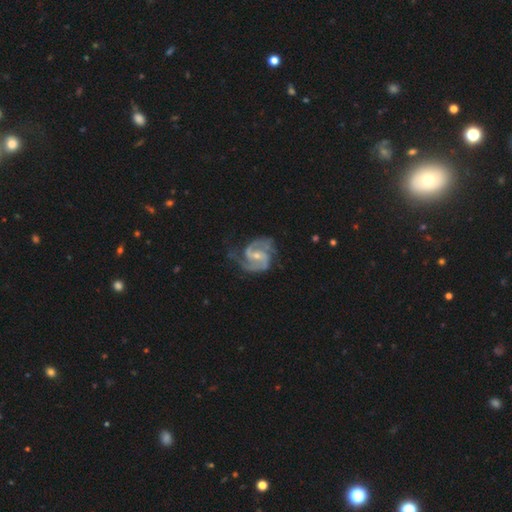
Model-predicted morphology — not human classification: Smooth or featured? Predicted: featured or disk (p=0.92). Edge-on disk? Predicted: no (p=0.98). Bar? Predicted: weak (p=0.47). Spiral arms? Predicted: yes (p=0.98). Spiral winding? Predicted: medium (p=0.58). Spiral arm count? Predicted: 2 (p=0.82). Bulge size? Predicted: small (p=0.58). Merging? Predicted: none (p=0.67).